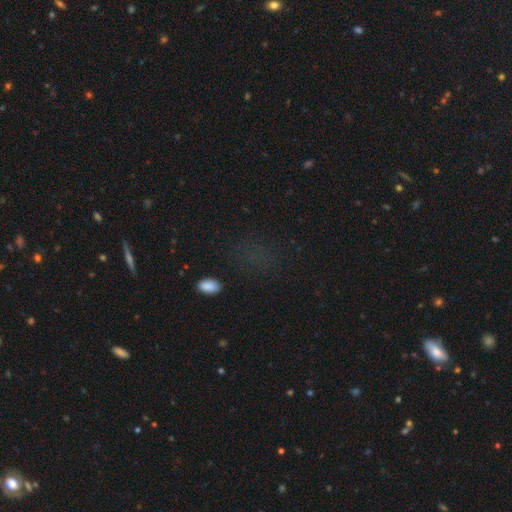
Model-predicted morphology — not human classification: Q: Smooth or featured?
A: star or artifact (46%); runner-up: smooth (41%)